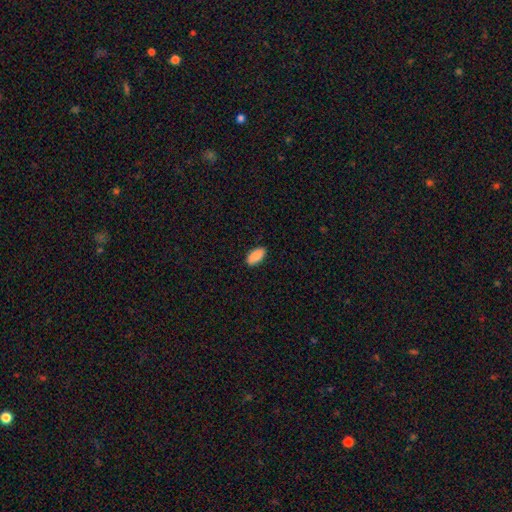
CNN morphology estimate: This appears to be a smooth galaxy with no disk features (90%) that is in between round and cigar-shaped (94%). Merging: none (88%).